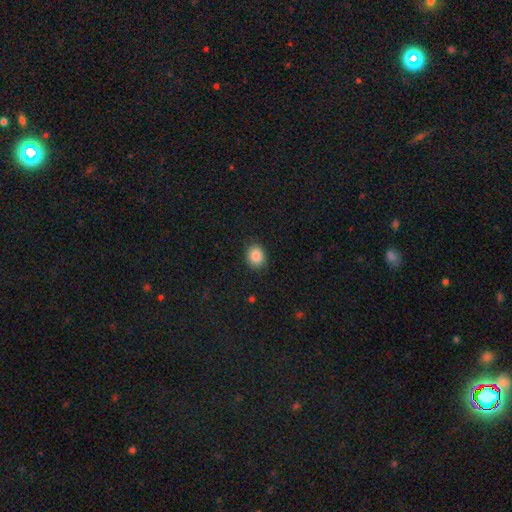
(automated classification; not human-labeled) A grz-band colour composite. It shows a smooth galaxy with no disk features (87%) that is round (58%). Merging: none (87%).